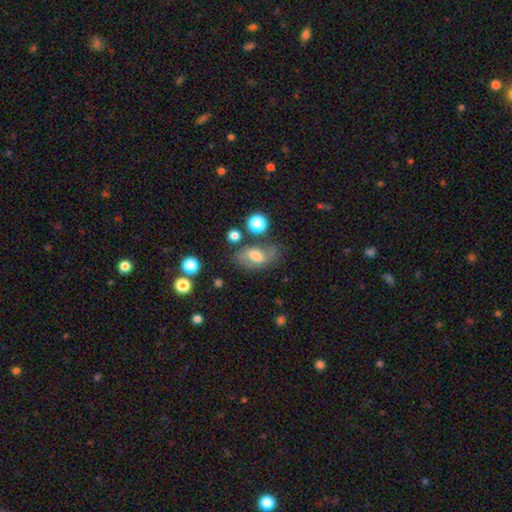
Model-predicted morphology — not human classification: Smooth or featured: smooth — 49% (featured or disk — 40%)
Merging: none — 56% (minor disturbance — 24%)